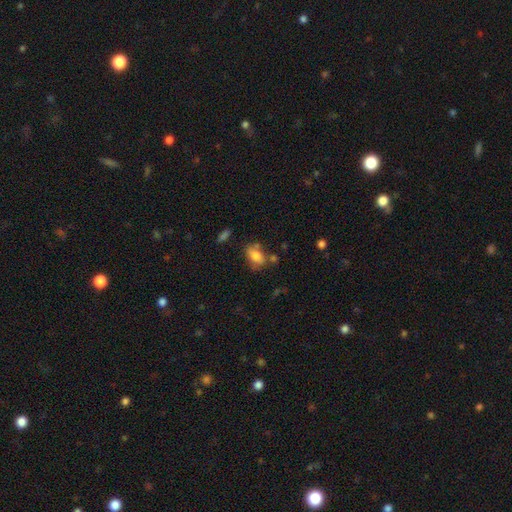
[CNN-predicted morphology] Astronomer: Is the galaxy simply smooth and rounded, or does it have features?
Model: smooth — 75%.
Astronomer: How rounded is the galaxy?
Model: in between — 82%.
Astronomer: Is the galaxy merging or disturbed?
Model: none — 55%.